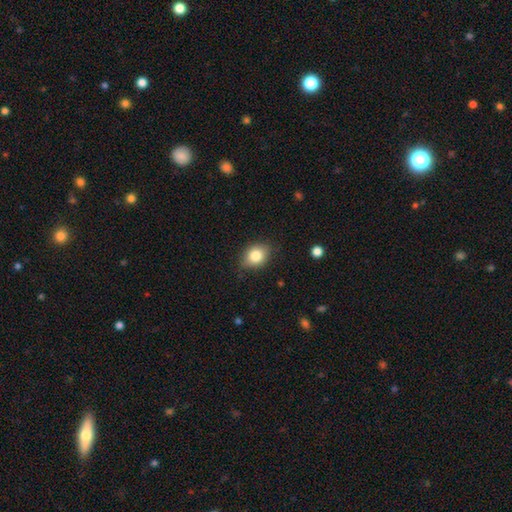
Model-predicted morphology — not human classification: Overall: smooth (81%). How rounded: in between (63%; round 36%). Merging: none (78%).